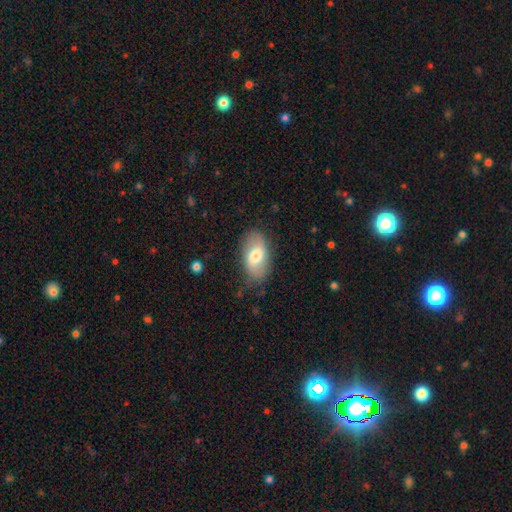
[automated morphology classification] Smooth or featured?
  - smooth: 60% *
  - featured or disk: 34%
  - star or artifact: 6%
How rounded?
  - in between: 92% *
  - round: 5%
  - cigar-shaped: 3%
Merging?
  - none: 79% *
  - minor disturbance: 15%
  - major disturbance: 4%
  - merger: 1%